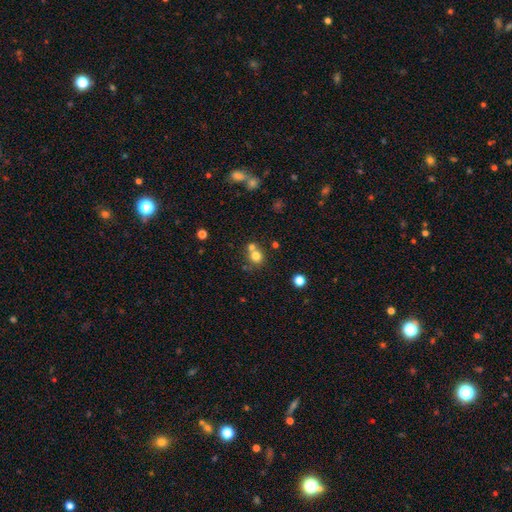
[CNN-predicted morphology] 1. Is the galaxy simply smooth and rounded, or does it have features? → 75% smooth, 14% star or artifact, 11% featured or disk.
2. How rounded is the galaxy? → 84% round, 15% in between, 1% cigar-shaped.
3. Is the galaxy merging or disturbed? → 51% none, 39% merger, 7% minor disturbance, 3% major disturbance.